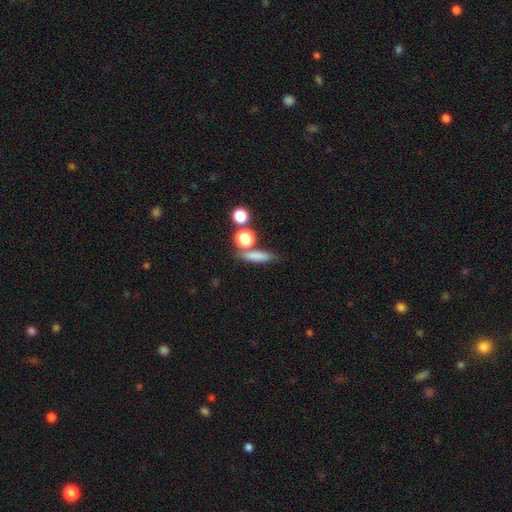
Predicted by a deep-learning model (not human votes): smooth_or_featured: smooth (p=0.76) [alt: featured or disk p=0.13]
how_rounded: cigar-shaped (p=0.57) [alt: in between p=0.27]
merging: none (p=0.69) [alt: merger p=0.15]